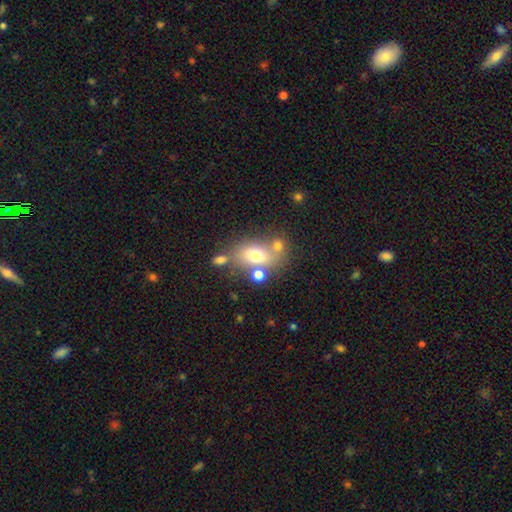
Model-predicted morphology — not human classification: The model was most divided on "merging": none: 55%, merger: 23%, minor disturbance: 15%, major disturbance: 7%. More confident: how rounded — in between (72%); smooth or featured — smooth (65%).